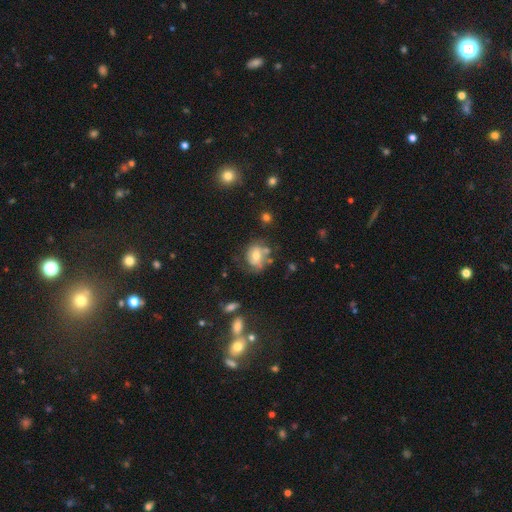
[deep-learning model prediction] Smooth or featured: featured or disk — 45% (smooth — 44%)
Merging: none — 46% (minor disturbance — 26%)